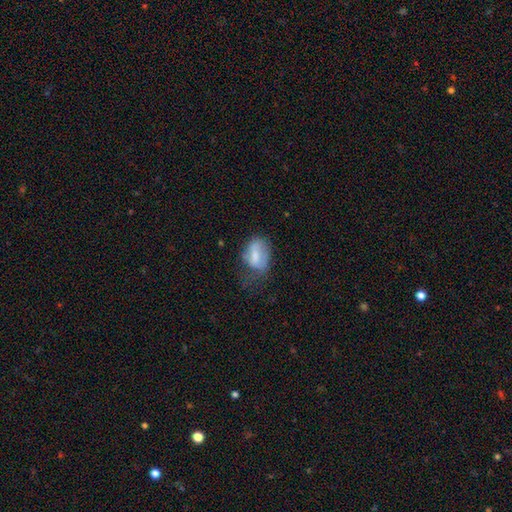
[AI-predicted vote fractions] A smooth galaxy with no disk features (63%) that is in between round and cigar-shaped (81%). Merging: minor disturbance (35%).